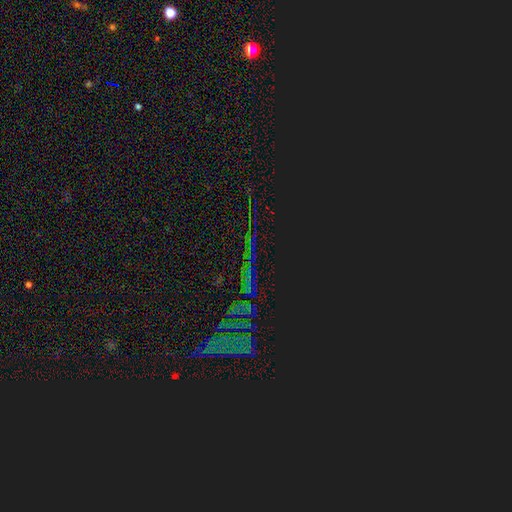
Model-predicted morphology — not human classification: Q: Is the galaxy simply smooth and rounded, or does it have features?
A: star or artifact — 83%.